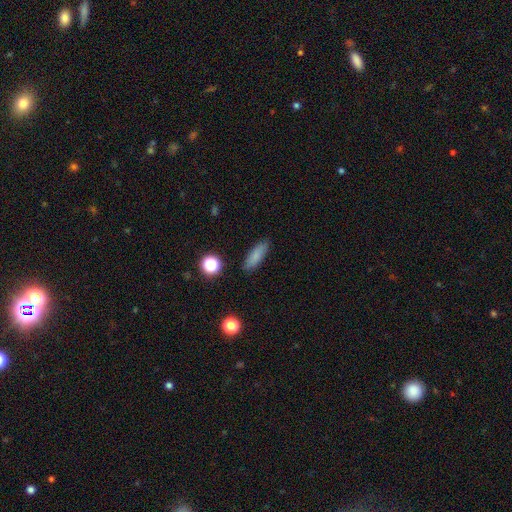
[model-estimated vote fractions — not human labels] smooth_or_featured: smooth (p=0.79) [alt: featured or disk p=0.12]
how_rounded: in between (p=0.54) [alt: cigar-shaped p=0.43]
merging: none (p=0.84) [alt: minor disturbance p=0.11]